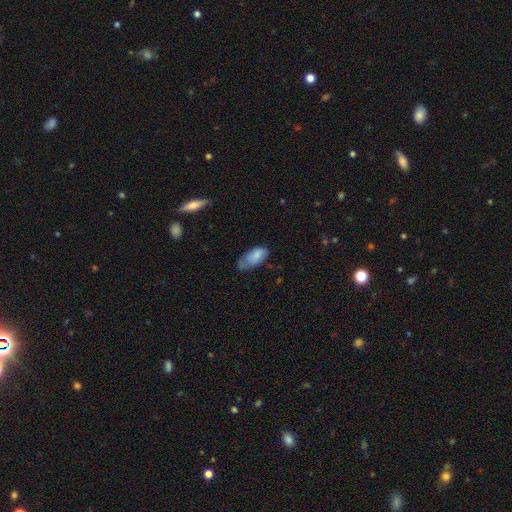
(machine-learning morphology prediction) A smooth galaxy with no disk features (81%) that is in between round and cigar-shaped (90%).

Vote fractions:
- Smooth or featured? smooth: 81% / featured or disk: 12% / star or artifact: 7%
- How rounded? in between: 90% / cigar-shaped: 8% / round: 2%
- Merging? none: 44% / minor disturbance: 40% / major disturbance: 13% / merger: 2%